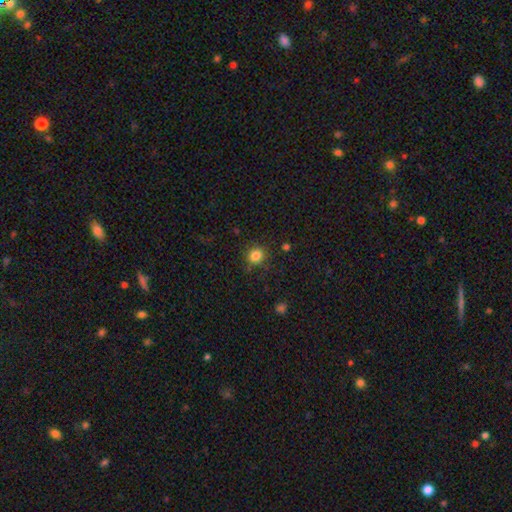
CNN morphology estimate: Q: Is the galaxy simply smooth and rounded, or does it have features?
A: smooth — 83%.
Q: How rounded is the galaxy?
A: round — 77%.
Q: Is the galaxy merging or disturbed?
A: none — 83%.